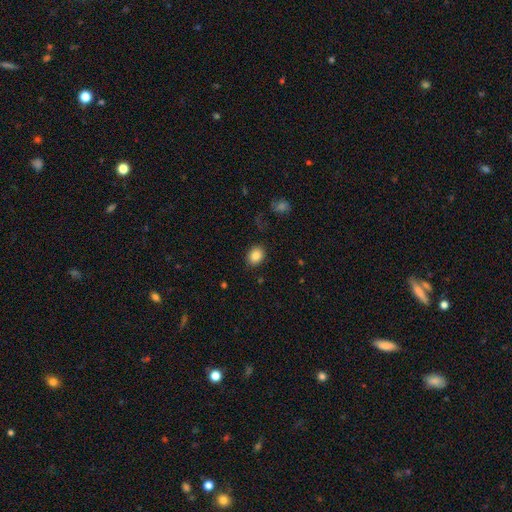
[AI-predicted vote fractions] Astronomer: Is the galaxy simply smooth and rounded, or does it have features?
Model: smooth — 85%.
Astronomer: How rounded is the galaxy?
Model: round — 51% (runner-up: in between, 48%).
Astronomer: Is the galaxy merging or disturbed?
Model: none — 86%.